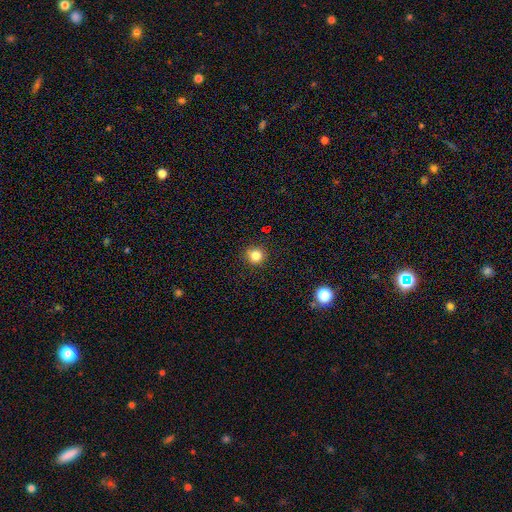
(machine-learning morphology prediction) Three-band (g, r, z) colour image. It shows a smooth galaxy with no disk features (83%) that is round (91%). Merging: none (89%).